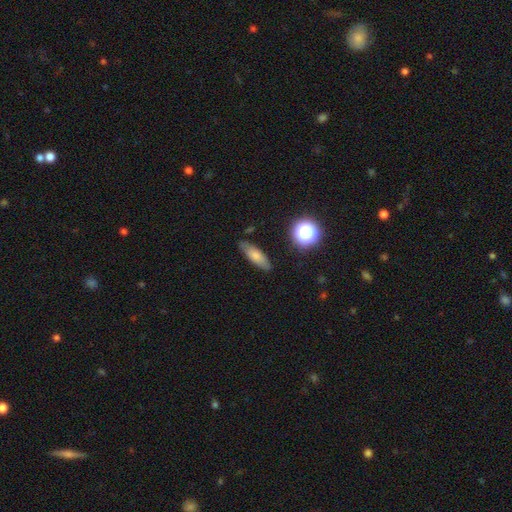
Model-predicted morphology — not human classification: This is likely a smooth galaxy (71%). How rounded: possibly in between (56%). Merging: likely none (78%).